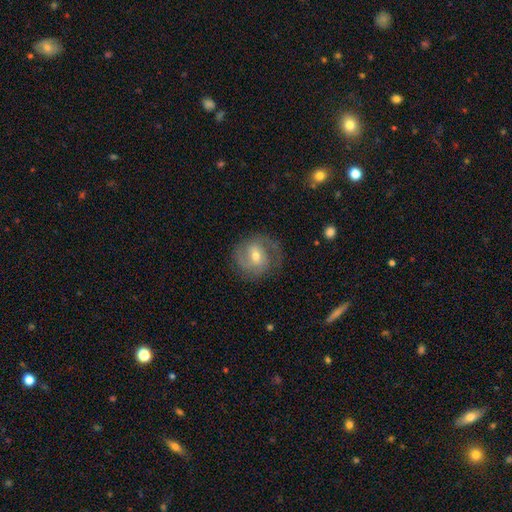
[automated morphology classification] Overall: featured or disk (70%). Edge-on disk: no (97%). Bar: weak (53%; no 29%). Spiral arms: yes (88%). Spiral arm count: 2 (71%). Spiral winding: medium (45%; tight 39%). Bulge size: moderate (57%; small 38%). Merging: none (71%).